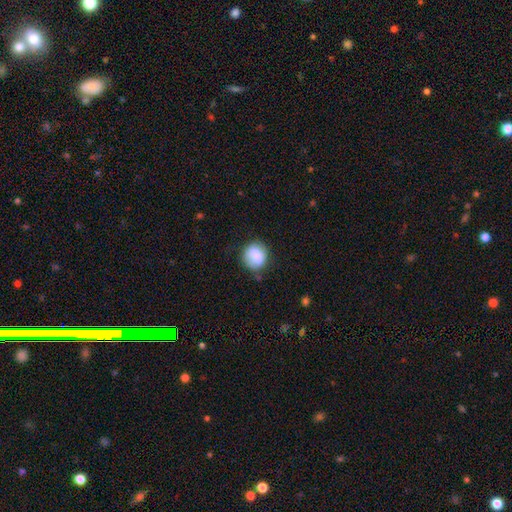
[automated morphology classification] This appears to be a smooth galaxy with no disk features (82%) that is round (79%). Merging: none (71%).